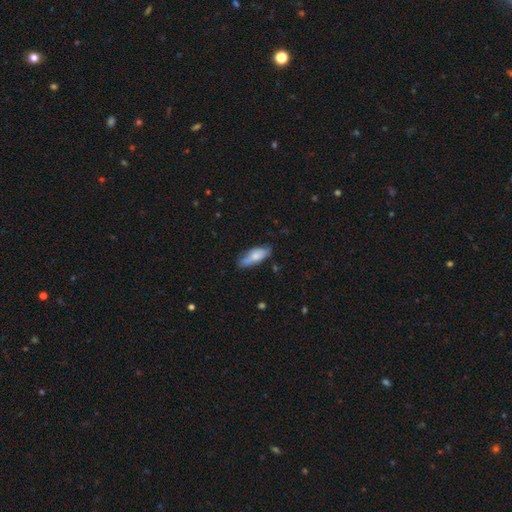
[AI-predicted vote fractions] Morphology: type=smooth (71%); roundness=in between (68%); merging=none (69%).